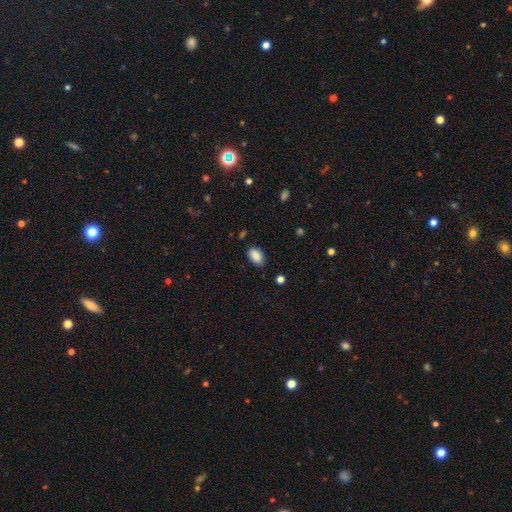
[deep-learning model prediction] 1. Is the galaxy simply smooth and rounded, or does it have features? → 88% smooth, 7% star or artifact, 5% featured or disk.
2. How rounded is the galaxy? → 91% in between, 7% round, 1% cigar-shaped.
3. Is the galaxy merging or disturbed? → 80% none, 15% minor disturbance, 3% major disturbance, 1% merger.